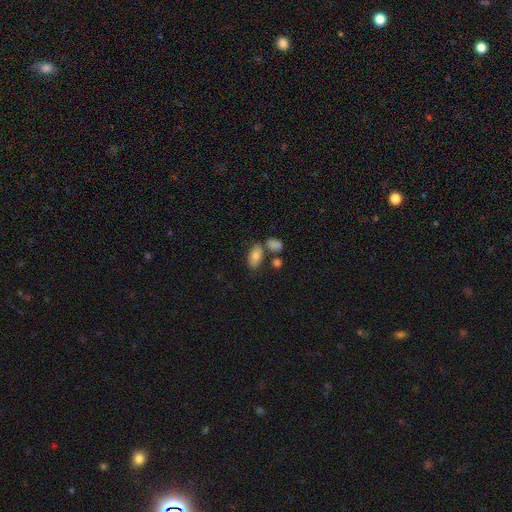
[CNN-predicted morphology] smooth-or-featured: smooth: 78% | featured or disk: 13% | star or artifact: 8%
  how-rounded: in between: 91% | round: 7% | cigar-shaped: 2%
  merging: none: 59% | merger: 21% | minor disturbance: 15% | major disturbance: 5%